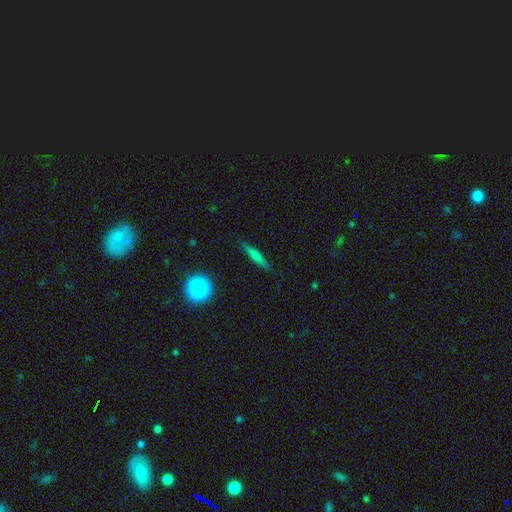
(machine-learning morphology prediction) smooth_or_featured: smooth (p=0.58) [alt: featured or disk p=0.33]
how_rounded: cigar-shaped (p=0.87) [alt: in between p=0.09]
merging: none (p=0.87) [alt: minor disturbance p=0.09]